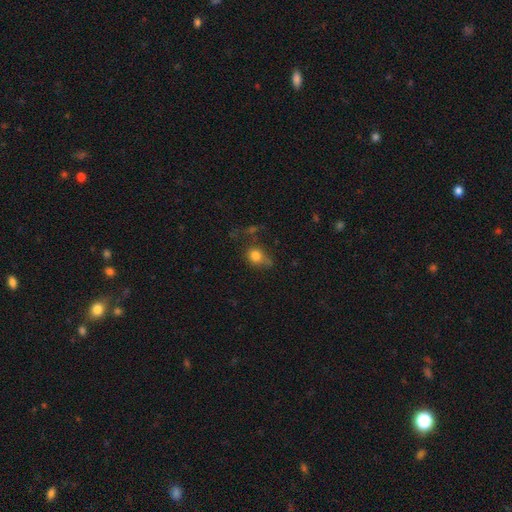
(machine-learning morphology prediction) Overall: smooth (79%). How rounded: round (64%; in between 34%). Merging: none (51%; minor disturbance 26%).